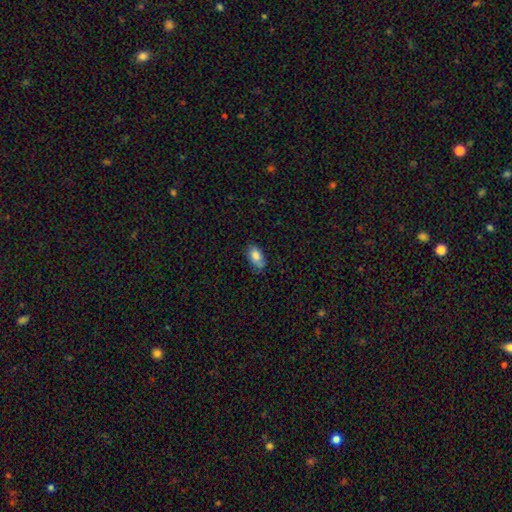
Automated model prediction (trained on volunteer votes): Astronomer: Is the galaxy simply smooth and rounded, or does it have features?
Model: smooth — 82%.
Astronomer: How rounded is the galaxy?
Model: in between — 91%.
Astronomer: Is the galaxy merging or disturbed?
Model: none — 69%.